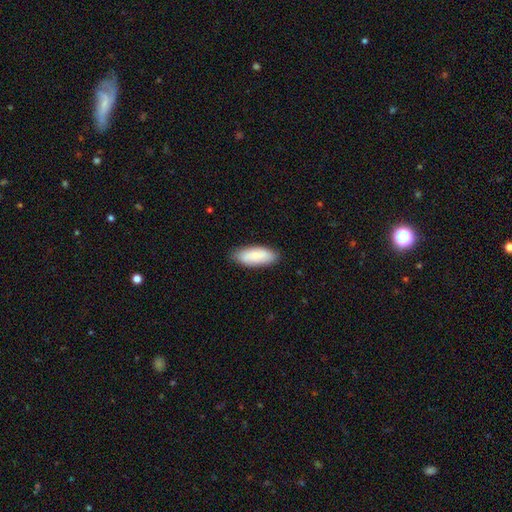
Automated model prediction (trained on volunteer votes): This is clearly a smooth galaxy (81%). How rounded: clearly in between (81%). Merging: clearly none (84%).